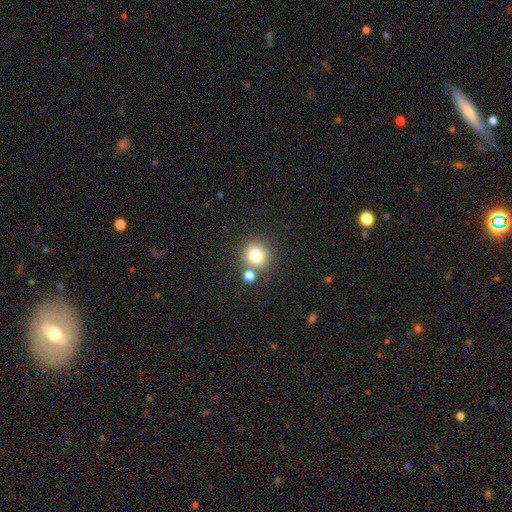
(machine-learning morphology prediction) A smooth galaxy with no disk features (78%) that is round (91%).

Vote fractions:
- Smooth or featured? smooth: 78% / star or artifact: 14% / featured or disk: 9%
- How rounded? round: 91% / in between: 8% / cigar-shaped: 1%
- Merging? none: 72% / merger: 16% / minor disturbance: 8% / major disturbance: 3%